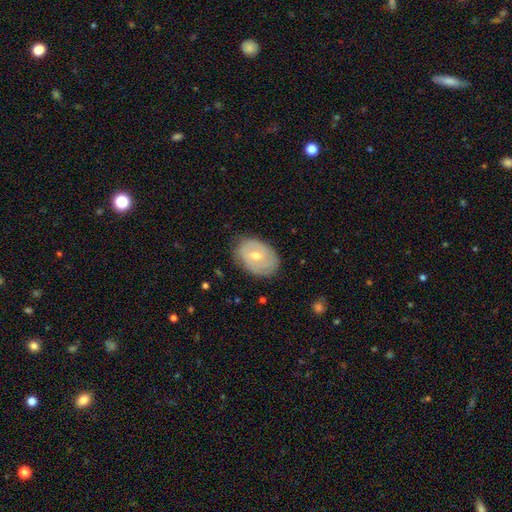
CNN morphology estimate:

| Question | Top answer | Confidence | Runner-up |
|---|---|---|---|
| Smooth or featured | featured or disk | 56% | smooth (37%) |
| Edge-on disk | no | 93% | yes (7%) |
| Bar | no | 52% | weak (38%) |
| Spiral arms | yes | 54% | no (46%) |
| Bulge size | moderate | 56% | small (41%) |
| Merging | none | 77% | minor disturbance (17%) |